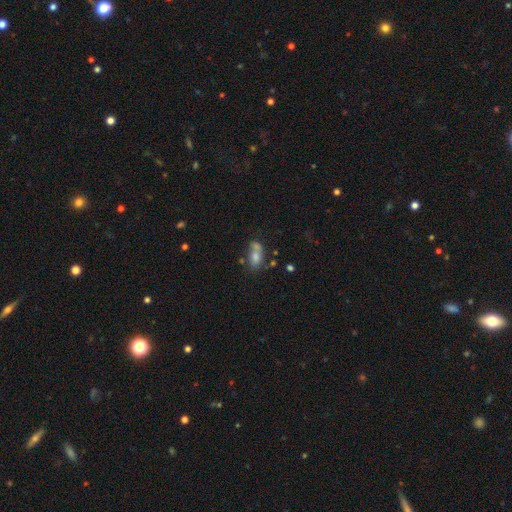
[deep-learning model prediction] Morphology: type=smooth (70%); roundness=in between (80%); merging=merger (38%).